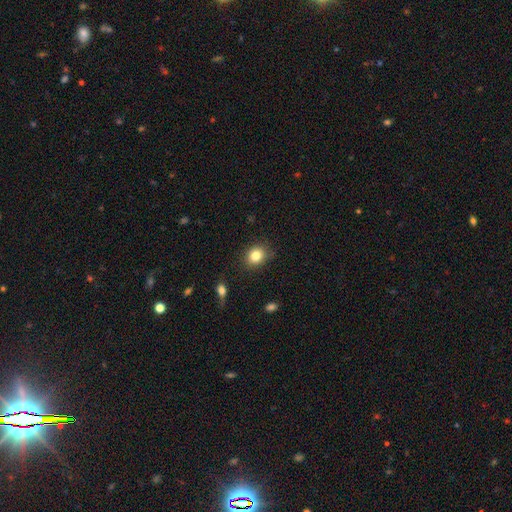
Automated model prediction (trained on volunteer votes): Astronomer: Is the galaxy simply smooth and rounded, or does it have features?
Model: smooth — 83%.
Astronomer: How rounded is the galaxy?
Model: round — 61% (runner-up: in between, 38%).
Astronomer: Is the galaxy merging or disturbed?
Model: none — 84%.